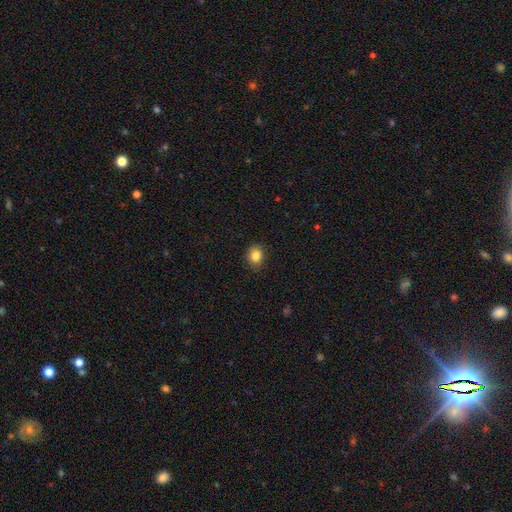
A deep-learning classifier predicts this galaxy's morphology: The model was most divided on "how rounded": round: 60%, in between: 39%, cigar-shaped: 1%. More confident: merging — none (88%); smooth or featured — smooth (85%).